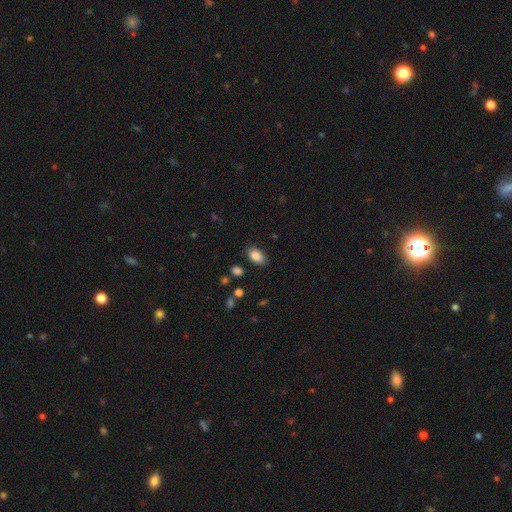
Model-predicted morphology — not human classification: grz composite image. It shows a smooth galaxy with no disk features (86%) that is in between round and cigar-shaped (91%). Merging: none (81%).